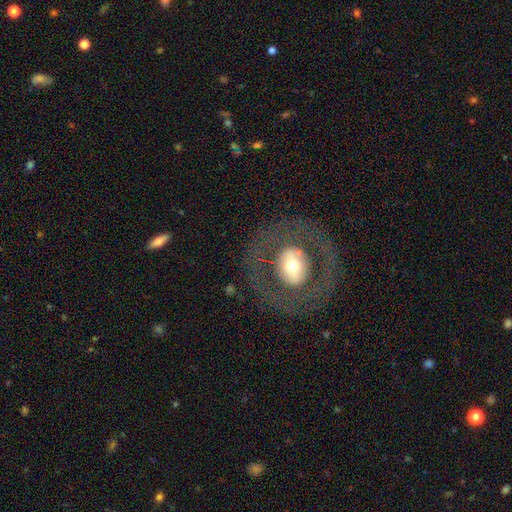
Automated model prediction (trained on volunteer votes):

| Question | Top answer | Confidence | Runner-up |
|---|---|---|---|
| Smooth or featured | featured or disk | 64% | smooth (27%) |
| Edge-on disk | no | 93% | yes (7%) |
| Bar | no | 61% | weak (23%) |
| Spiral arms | no | 72% | yes (28%) |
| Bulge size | moderate | 55% | large (27%) |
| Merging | none | 82% | minor disturbance (10%) |